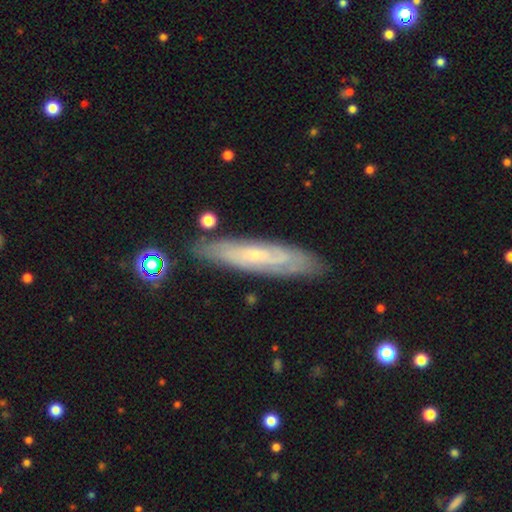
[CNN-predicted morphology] type=featured or disk (66%); edge-on=no (59%); merging=none (81%).